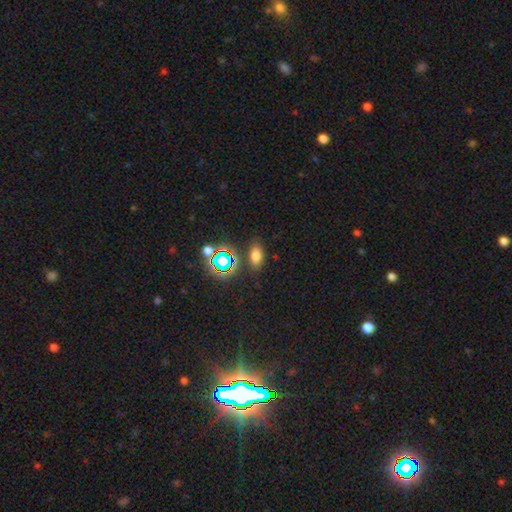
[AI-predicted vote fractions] smooth-or-featured: smooth: 67% | star or artifact: 25% | featured or disk: 9%
  how-rounded: in between: 84% | round: 11% | cigar-shaped: 4%
  merging: none: 80% | minor disturbance: 12% | merger: 4% | major disturbance: 4%